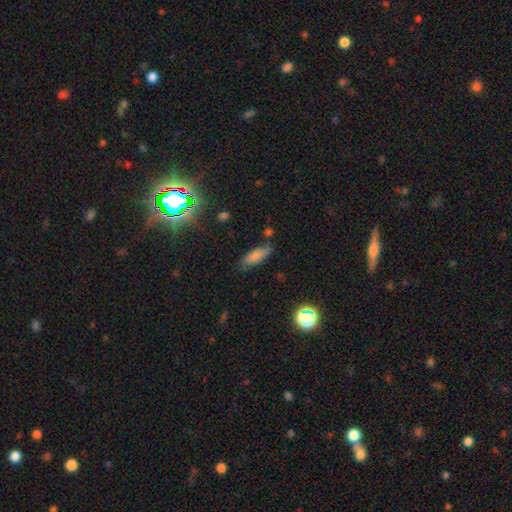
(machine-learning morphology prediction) Overall: smooth (79%). How rounded: in between (63%; cigar-shaped 34%). Merging: none (71%).